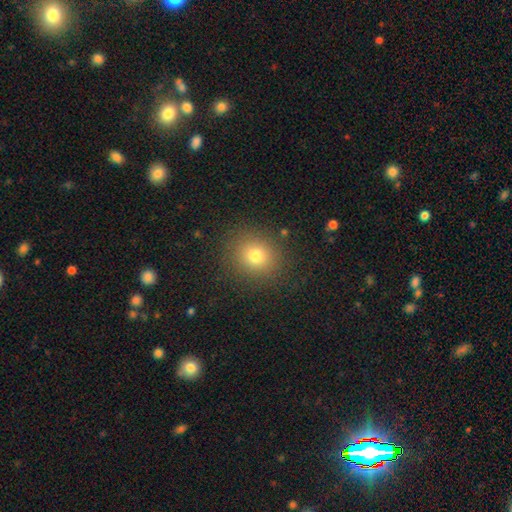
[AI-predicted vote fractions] Morphology: type=smooth (76%); roundness=round (83%); merging=none (87%).